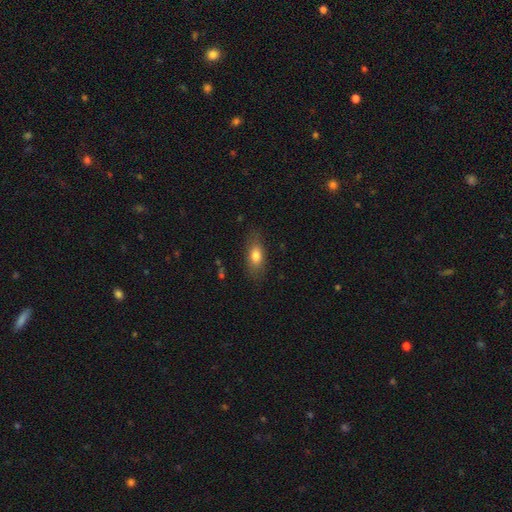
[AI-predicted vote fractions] The model was most divided on "smooth or featured": smooth: 77%, featured or disk: 15%, star or artifact: 8%. More confident: how rounded — in between (80%); merging — none (79%).